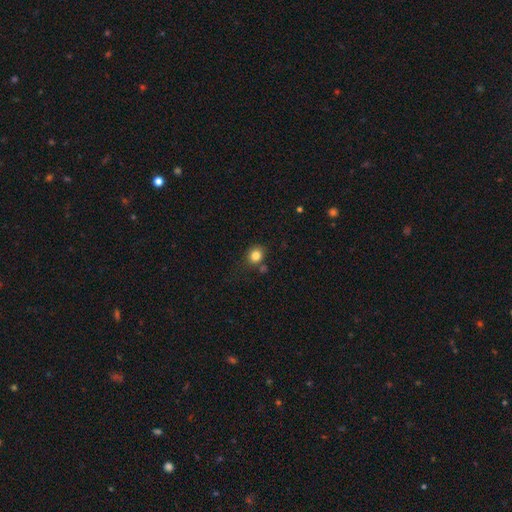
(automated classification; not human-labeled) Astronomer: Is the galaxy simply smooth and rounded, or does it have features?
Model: smooth — 83%.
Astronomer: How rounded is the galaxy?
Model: round — 77%.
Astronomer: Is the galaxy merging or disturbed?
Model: none — 76%.